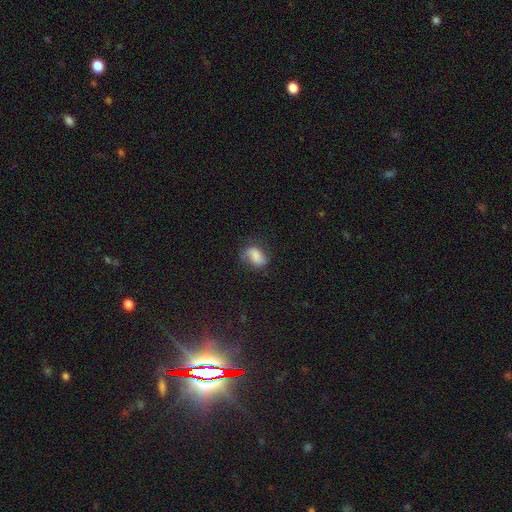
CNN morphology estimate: Q: Smooth or featured?
A: smooth (76%); runner-up: featured or disk (15%)
Q: How rounded?
A: in between (86%); runner-up: round (11%)
Q: Merging?
A: none (54%); runner-up: minor disturbance (29%)